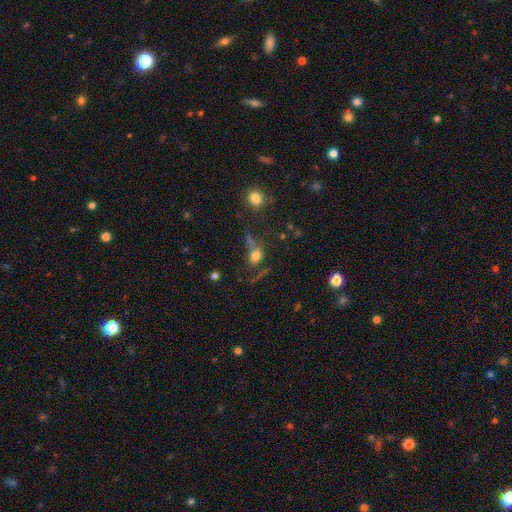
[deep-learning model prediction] The model was most divided on "merging": none: 39%, merger: 25%, major disturbance: 20%, minor disturbance: 16%. More confident: smooth or featured — smooth (67%); how rounded — in between (56%).